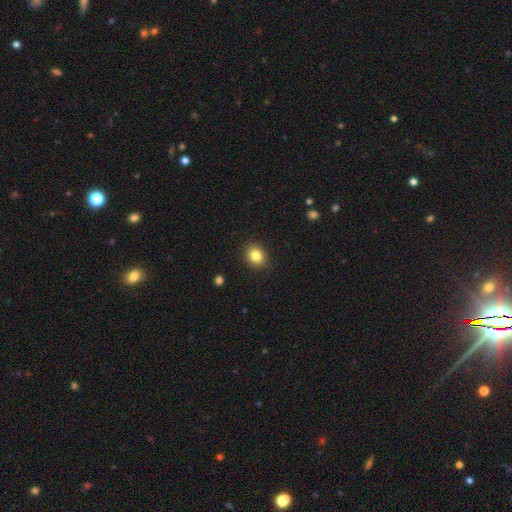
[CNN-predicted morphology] This appears to be a smooth galaxy with no disk features (83%) that is round (69%). Merging: none (90%).